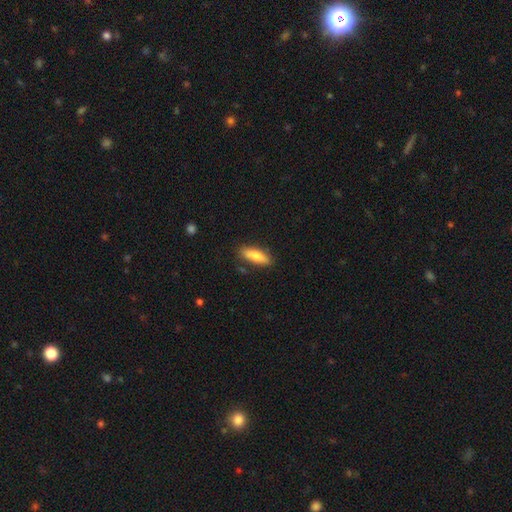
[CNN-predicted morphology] This is likely a smooth galaxy (78%). How rounded: possibly in between (52%). Merging: clearly none (81%).